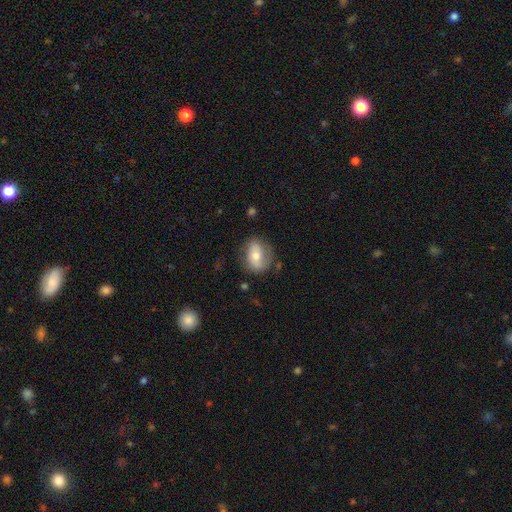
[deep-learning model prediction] Smooth or featured: smooth — 53% (featured or disk — 40%)
How rounded: in between — 64% (round — 35%)
Merging: none — 69% (minor disturbance — 20%)